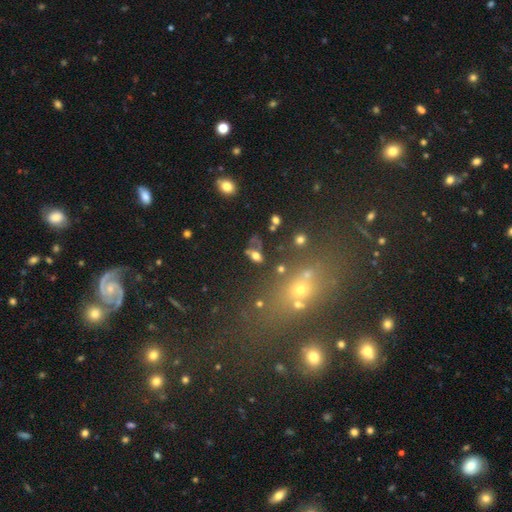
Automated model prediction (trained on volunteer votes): This is possibly a smooth galaxy (59%). How rounded: clearly in between (81%). Merging: possibly none (51%).